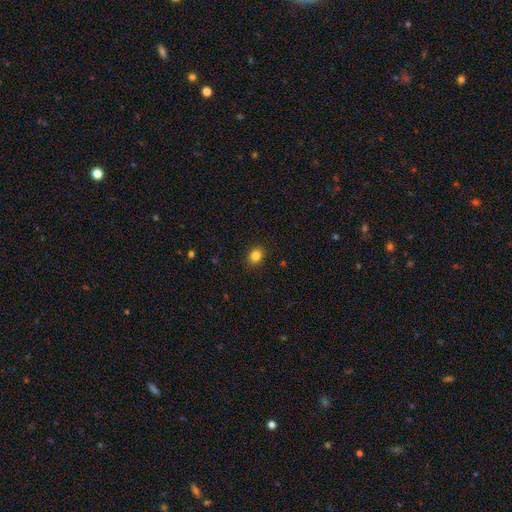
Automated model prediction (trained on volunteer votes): A smooth galaxy with no disk features (84%) that is round (62%).

Vote fractions:
- Smooth or featured? smooth: 84% / star or artifact: 11% / featured or disk: 5%
- How rounded? round: 62% / in between: 37% / cigar-shaped: 1%
- Merging? none: 90% / minor disturbance: 7% / major disturbance: 2% / merger: 1%